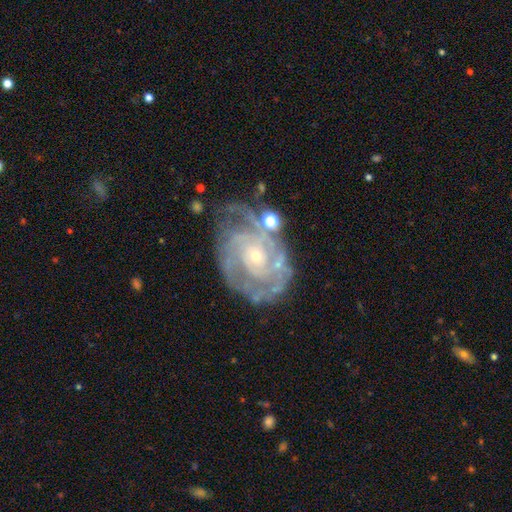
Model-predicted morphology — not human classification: type=featured or disk (86%); edge-on=no (97%); bar=no (77%); spiral arms=yes (93%); winding=tight (73%); arm count=can't tell (36%); bulge=small (74%); merging=none (59%).